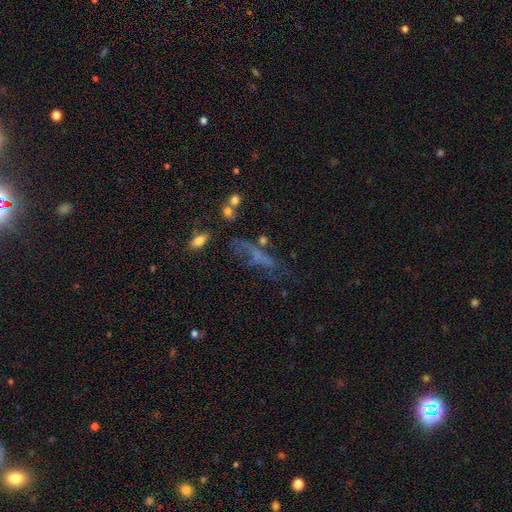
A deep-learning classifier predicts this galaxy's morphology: A featured or disk galaxy (40%). Merging: none (46%).